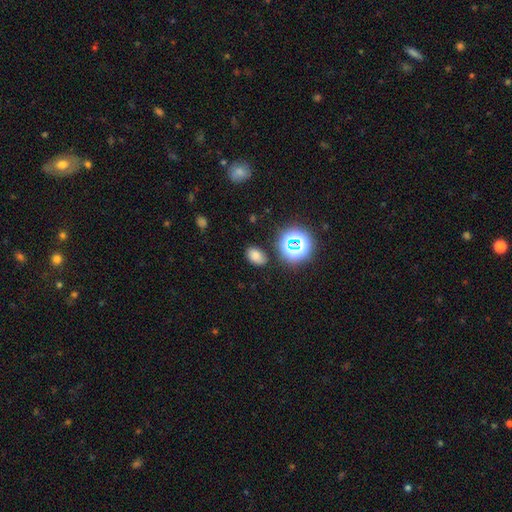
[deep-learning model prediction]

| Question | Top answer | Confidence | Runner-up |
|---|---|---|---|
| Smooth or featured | smooth | 71% | star or artifact (21%) |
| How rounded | in between | 82% | round (17%) |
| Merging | none | 81% | minor disturbance (12%) |